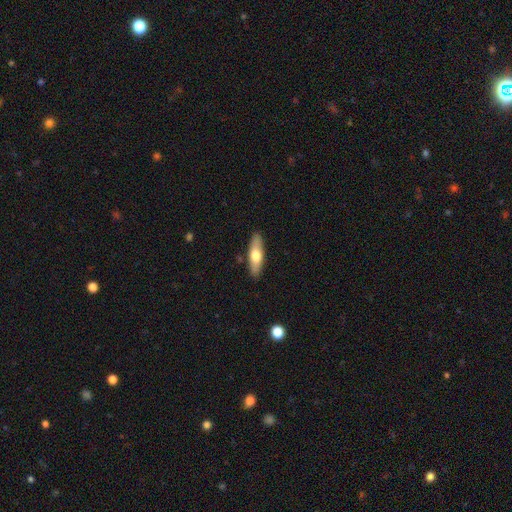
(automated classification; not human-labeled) This is likely a smooth galaxy (60%). How rounded: possibly cigar-shaped (53%). Merging: clearly none (88%).